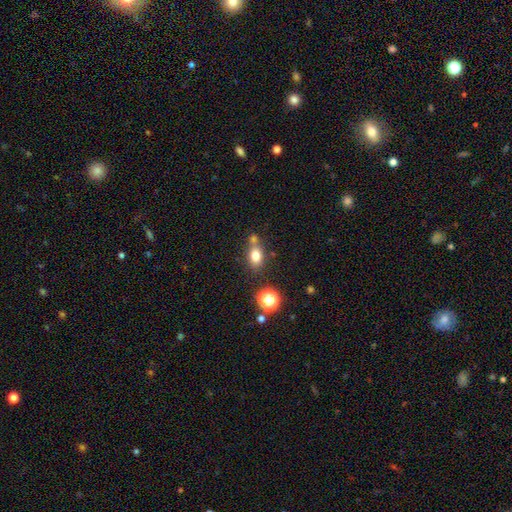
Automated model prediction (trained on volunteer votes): This appears to be a smooth galaxy with no disk features (78%) that is in between round and cigar-shaped (70%). Merging: none (59%).